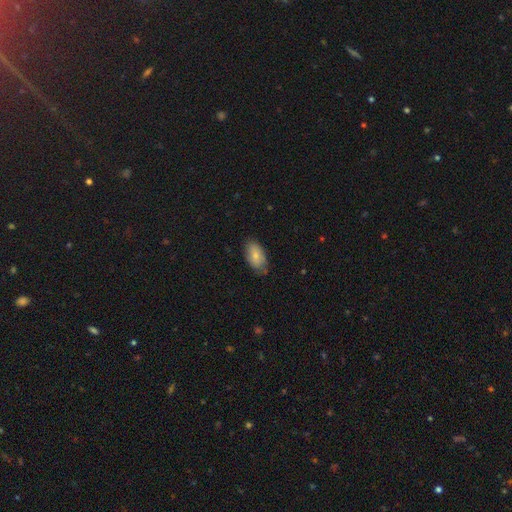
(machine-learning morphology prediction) type=smooth (79%); roundness=in between (93%); merging=none (75%).